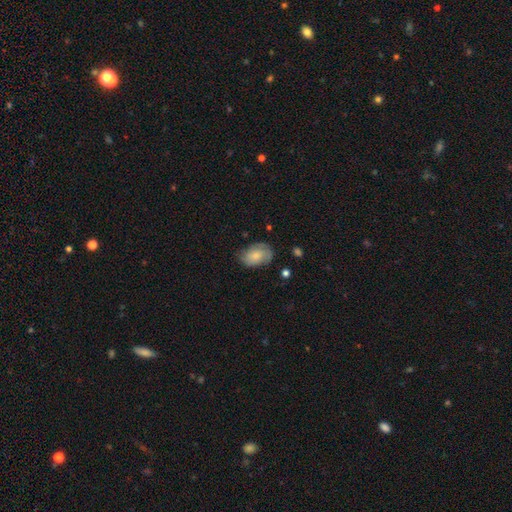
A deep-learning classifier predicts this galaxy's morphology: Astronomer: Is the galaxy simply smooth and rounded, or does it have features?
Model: smooth — 59% (runner-up: featured or disk, 34%).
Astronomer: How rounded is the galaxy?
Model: in between — 82%.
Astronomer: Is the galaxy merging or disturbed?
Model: none — 63%.